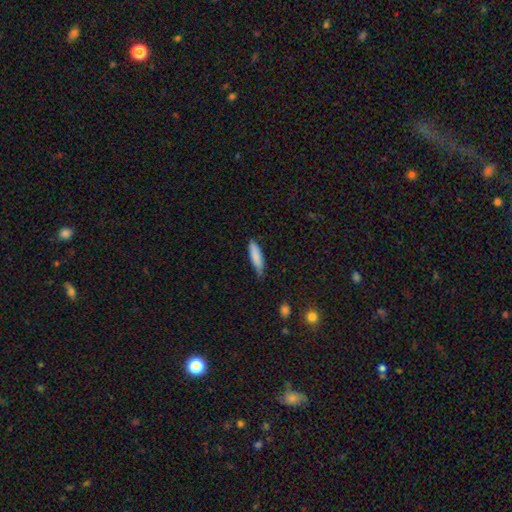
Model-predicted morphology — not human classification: Q: Smooth or featured?
A: smooth (85%); runner-up: featured or disk (9%)
Q: How rounded?
A: cigar-shaped (68%); runner-up: in between (30%)
Q: Merging?
A: none (64%); runner-up: minor disturbance (30%)